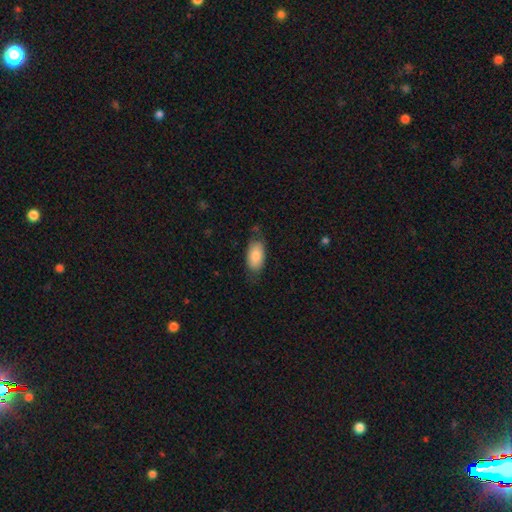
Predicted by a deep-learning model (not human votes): smooth_or_featured: smooth (p=0.83) [alt: featured or disk p=0.11]
how_rounded: in between (p=0.93) [alt: round p=0.04]
merging: none (p=0.68) [alt: minor disturbance p=0.24]